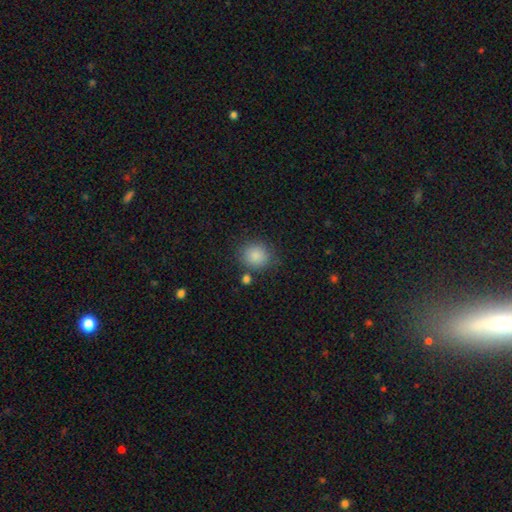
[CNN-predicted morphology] smooth-or-featured: smooth: 86% | star or artifact: 9% | featured or disk: 5%
  how-rounded: round: 83% | in between: 16% | cigar-shaped: 1%
  merging: none: 77% | minor disturbance: 12% | merger: 7% | major disturbance: 4%